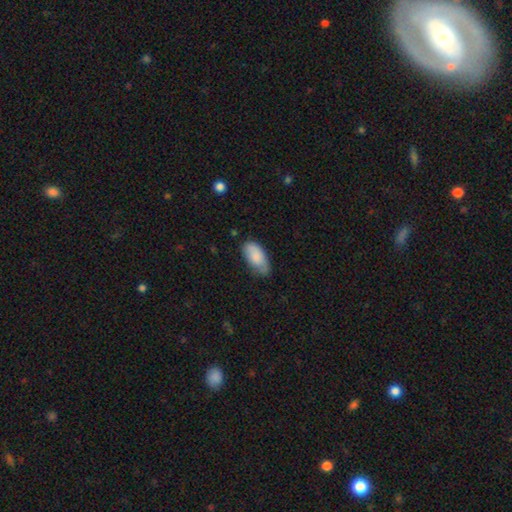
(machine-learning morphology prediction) This appears to be a smooth galaxy with no disk features (81%) that is in between round and cigar-shaped (93%). Merging: none (62%).